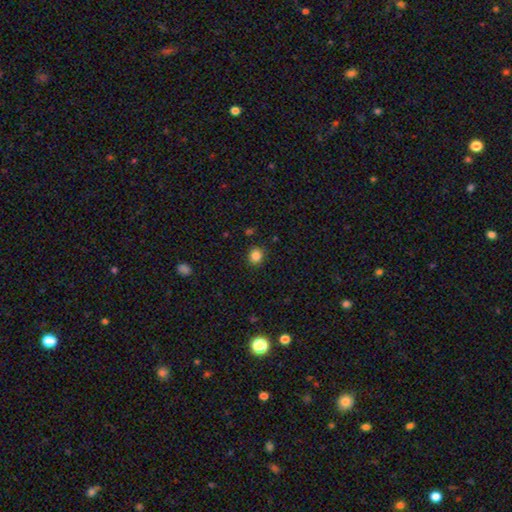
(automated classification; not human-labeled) A smooth galaxy with no disk features (85%) that is round (80%). Merging: none (89%).